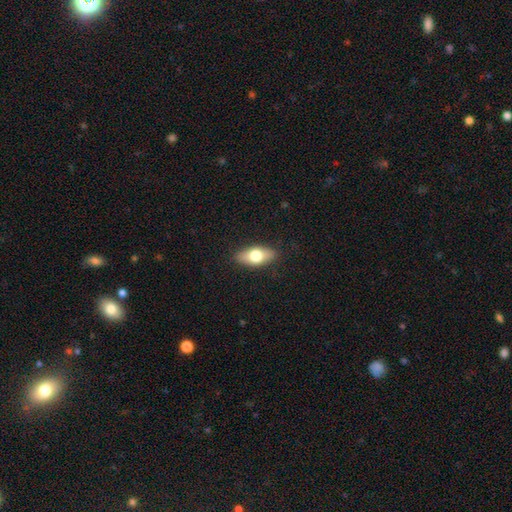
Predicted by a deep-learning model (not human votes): Morphology: type=smooth (66%); roundness=in between (82%); merging=none (87%).